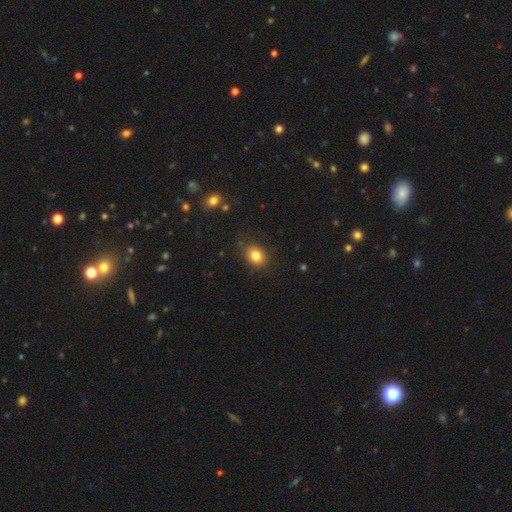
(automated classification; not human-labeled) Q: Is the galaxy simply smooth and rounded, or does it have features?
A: smooth — 83%.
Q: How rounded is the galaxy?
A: round — 50%.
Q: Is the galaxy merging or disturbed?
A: none — 81%.